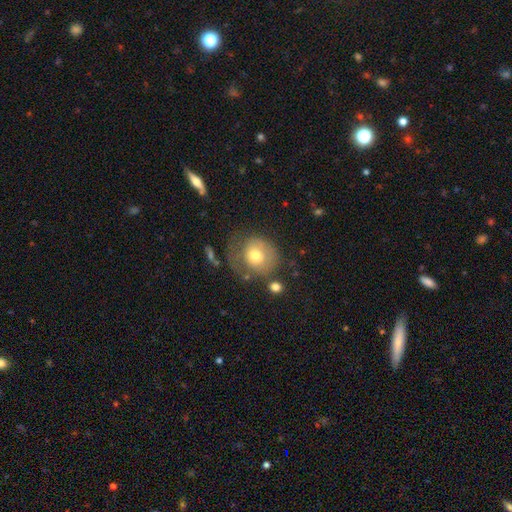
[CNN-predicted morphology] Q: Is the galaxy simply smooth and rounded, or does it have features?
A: smooth — 66%.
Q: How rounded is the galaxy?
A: round — 78%.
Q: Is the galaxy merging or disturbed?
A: none — 45%.